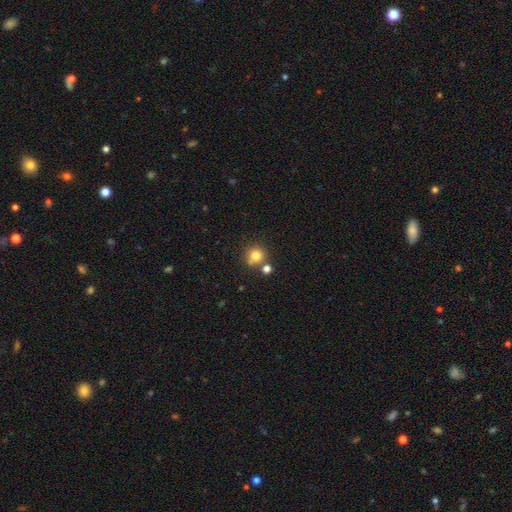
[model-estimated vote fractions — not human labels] The model was most divided on "merging": none: 66%, merger: 20%, minor disturbance: 11%, major disturbance: 4%. More confident: how rounded — round (91%); smooth or featured — smooth (79%).